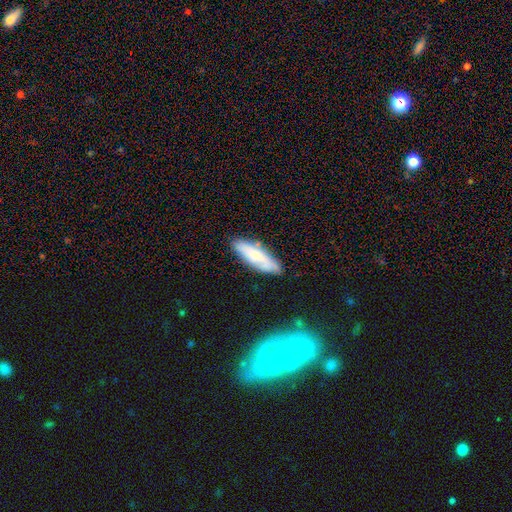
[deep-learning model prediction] A smooth galaxy with no disk features (63%) that is cigar-shaped (53%). Merging: none (75%).